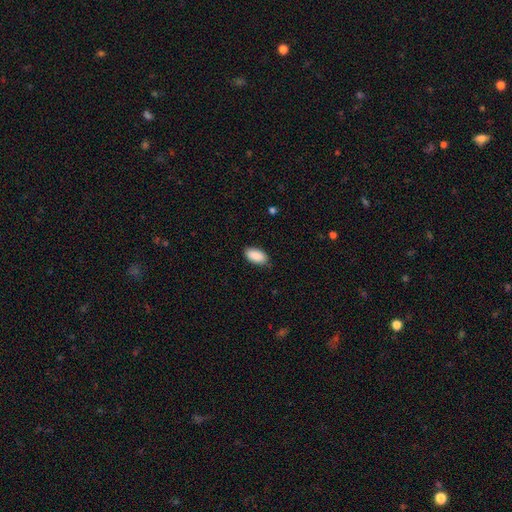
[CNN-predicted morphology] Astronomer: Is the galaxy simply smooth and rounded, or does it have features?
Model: smooth — 90%.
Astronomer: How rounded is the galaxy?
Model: in between — 95%.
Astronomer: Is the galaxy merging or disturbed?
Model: none — 83%.